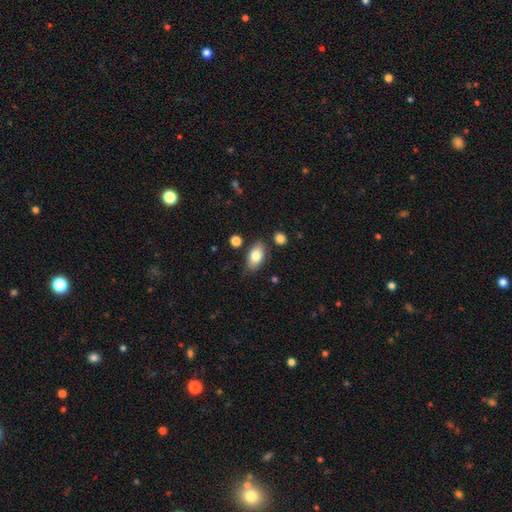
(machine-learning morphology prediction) Overall: smooth (80%). How rounded: in between (91%). Merging: none (79%).